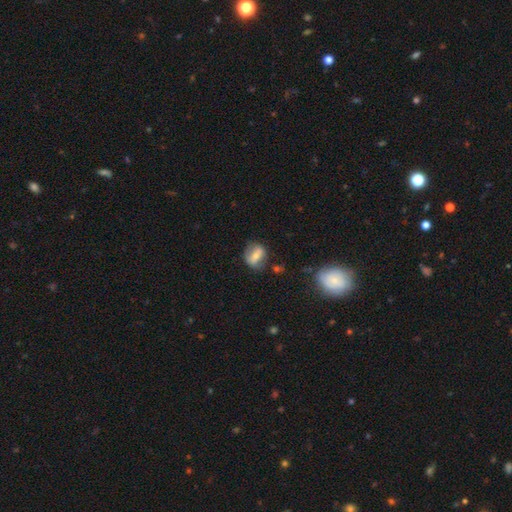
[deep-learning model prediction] Smooth or featured: smooth — 53% (featured or disk — 37%)
How rounded: in between — 53% (round — 43%)
Merging: none — 63% (minor disturbance — 23%)